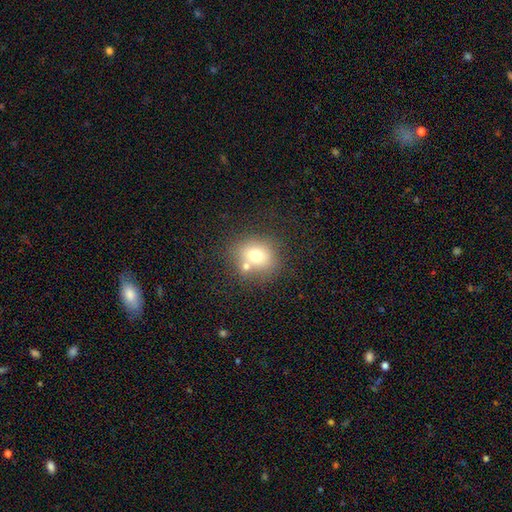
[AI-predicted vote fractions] Smooth or featured: smooth — 71% (featured or disk — 16%)
How rounded: round — 69% (in between — 30%)
Merging: none — 59% (merger — 24%)